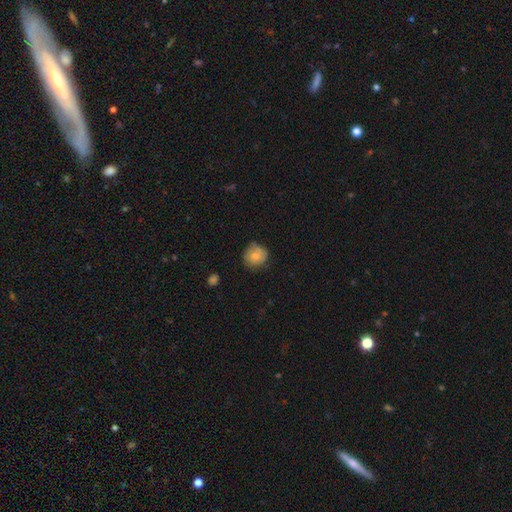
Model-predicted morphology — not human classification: type=smooth (71%); roundness=round (88%); merging=none (73%).